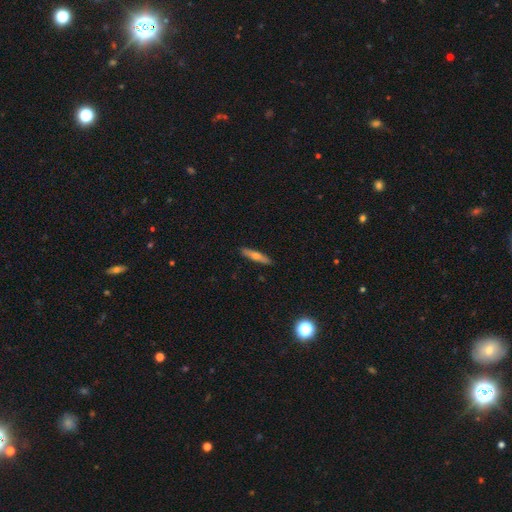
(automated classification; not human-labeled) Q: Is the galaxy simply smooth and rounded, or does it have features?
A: smooth — 54%.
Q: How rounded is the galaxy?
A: cigar-shaped — 86%.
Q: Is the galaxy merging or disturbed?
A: none — 91%.